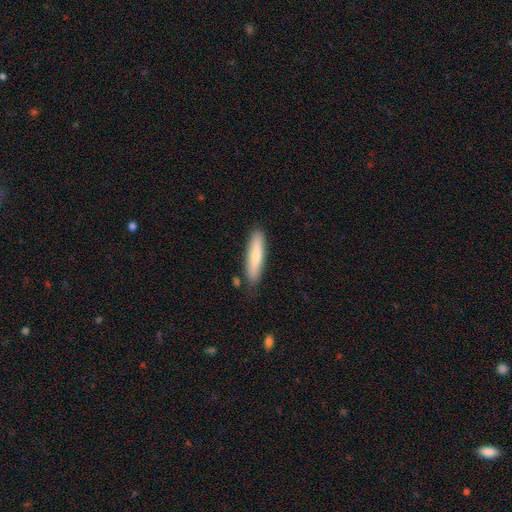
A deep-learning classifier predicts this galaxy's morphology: A smooth galaxy with no disk features (70%) that is cigar-shaped (78%). Merging: none (82%).